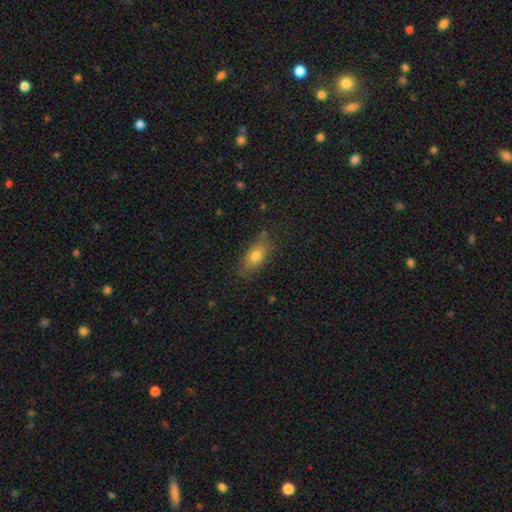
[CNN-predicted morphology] Smooth or featured: smooth — 76% (featured or disk — 14%)
How rounded: in between — 83% (cigar-shaped — 9%)
Merging: none — 76% (minor disturbance — 17%)